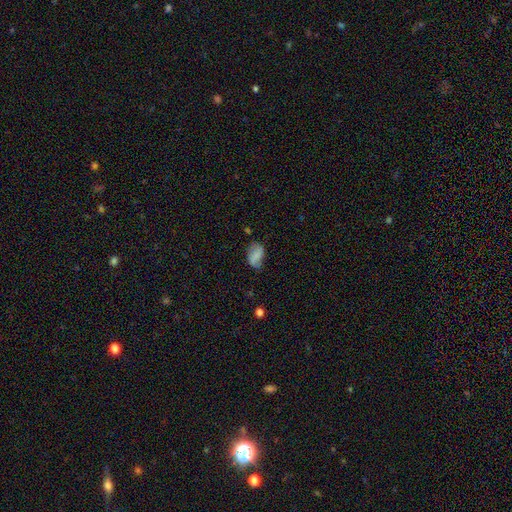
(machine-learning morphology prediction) The model was most divided on "smooth or featured": smooth: 57%, featured or disk: 33%, star or artifact: 10%. More confident: how rounded — in between (89%); merging — none (56%).